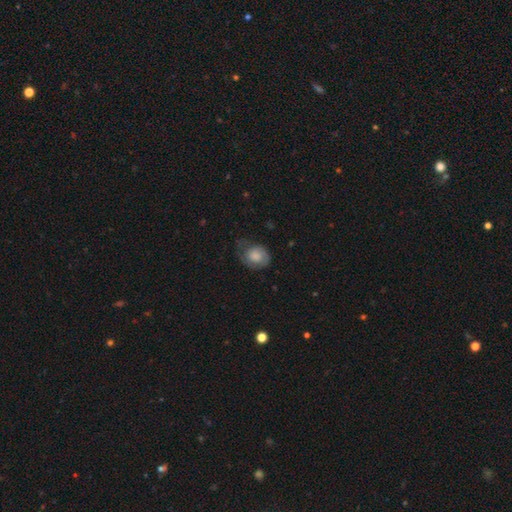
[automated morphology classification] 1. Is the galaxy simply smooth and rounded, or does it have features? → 62% smooth, 31% featured or disk, 8% star or artifact.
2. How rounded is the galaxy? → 55% round, 44% in between, 1% cigar-shaped.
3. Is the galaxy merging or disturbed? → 45% none, 33% minor disturbance, 21% major disturbance, 2% merger.